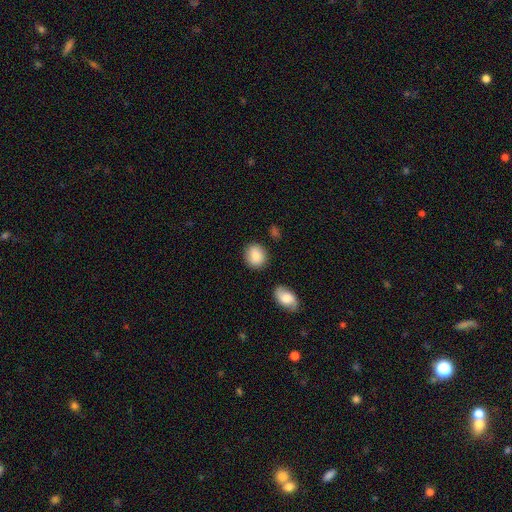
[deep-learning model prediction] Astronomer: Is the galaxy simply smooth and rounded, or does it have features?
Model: smooth — 87%.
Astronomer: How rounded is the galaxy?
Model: round — 67%.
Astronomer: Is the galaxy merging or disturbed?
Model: none — 82%.